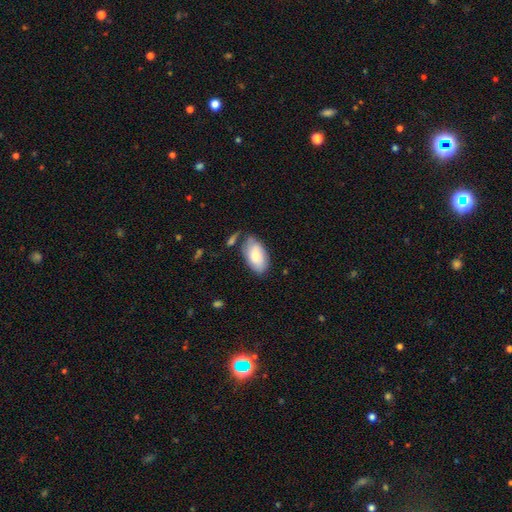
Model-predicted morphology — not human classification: smooth 78%, featured or disk 16%, star or artifact 6%. Down the decision tree: how rounded — in between (95%); merging — none (66%).